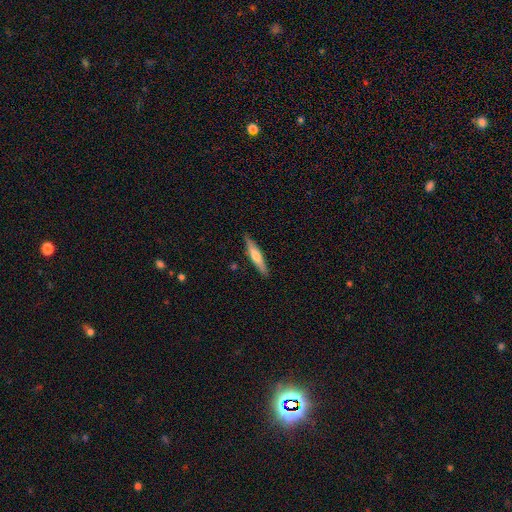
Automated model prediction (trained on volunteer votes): This appears to be a smooth galaxy with no disk features (52%) that is cigar-shaped (88%). Merging: none (87%).